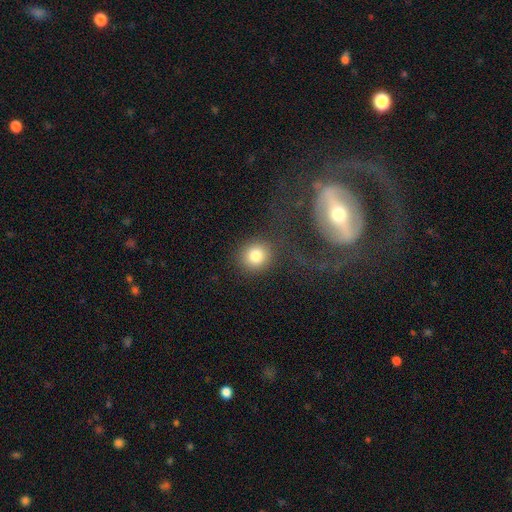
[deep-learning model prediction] smooth-or-featured: smooth: 82% | star or artifact: 10% | featured or disk: 8%
  how-rounded: round: 87% | in between: 12% | cigar-shaped: 1%
  merging: none: 80% | minor disturbance: 9% | major disturbance: 6% | merger: 5%